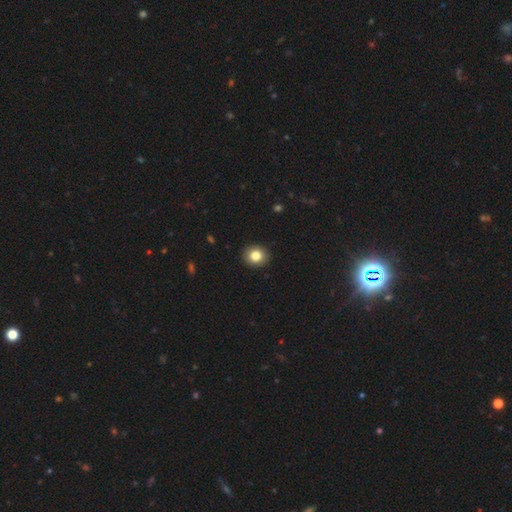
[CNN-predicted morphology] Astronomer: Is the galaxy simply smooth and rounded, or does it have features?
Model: smooth — 83%.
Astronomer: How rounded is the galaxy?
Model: round — 76%.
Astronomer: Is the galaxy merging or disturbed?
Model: none — 92%.